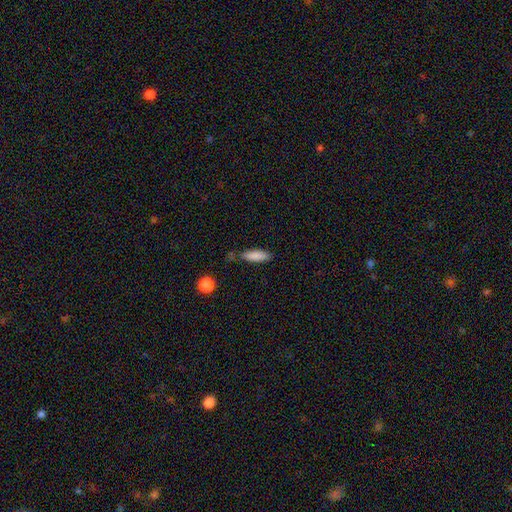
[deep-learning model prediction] smooth_or_featured: smooth (p=0.86) [alt: star or artifact p=0.07]
how_rounded: cigar-shaped (p=0.53) [alt: in between p=0.45]
merging: none (p=0.70) [alt: minor disturbance p=0.20]